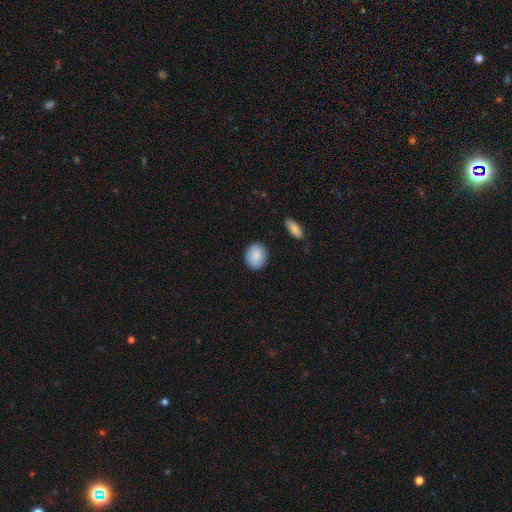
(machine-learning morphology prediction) smooth_or_featured: smooth (p=0.87) [alt: star or artifact p=0.07]
how_rounded: round (p=0.58) [alt: in between p=0.40]
merging: none (p=0.87) [alt: minor disturbance p=0.10]